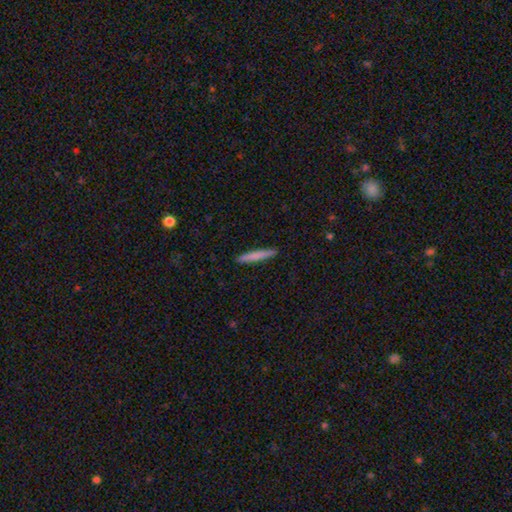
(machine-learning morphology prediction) type=smooth (75%); roundness=cigar-shaped (96%); merging=none (92%).